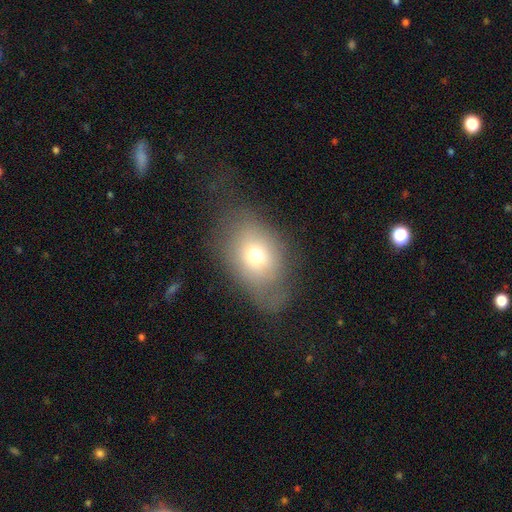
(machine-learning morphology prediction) The model was most divided on "merging": none: 59%, minor disturbance: 23%, major disturbance: 16%, merger: 2%. More confident: how rounded — in between (72%); smooth or featured — smooth (65%).